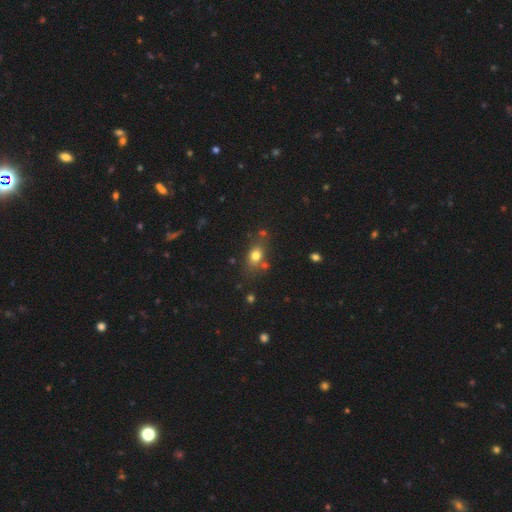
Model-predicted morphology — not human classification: smooth-or-featured: smooth: 76% | star or artifact: 13% | featured or disk: 11%
  how-rounded: in between: 62% | round: 34% | cigar-shaped: 3%
  merging: none: 68% | minor disturbance: 15% | merger: 11% | major disturbance: 5%